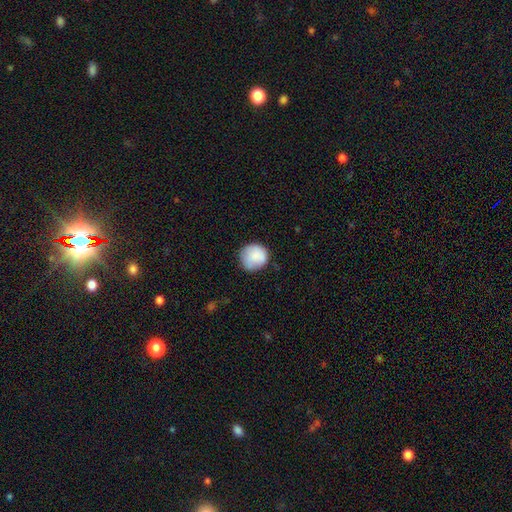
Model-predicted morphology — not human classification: Q: Smooth or featured?
A: smooth (84%); runner-up: featured or disk (9%)
Q: How rounded?
A: round (91%); runner-up: in between (8%)
Q: Merging?
A: none (73%); runner-up: minor disturbance (21%)